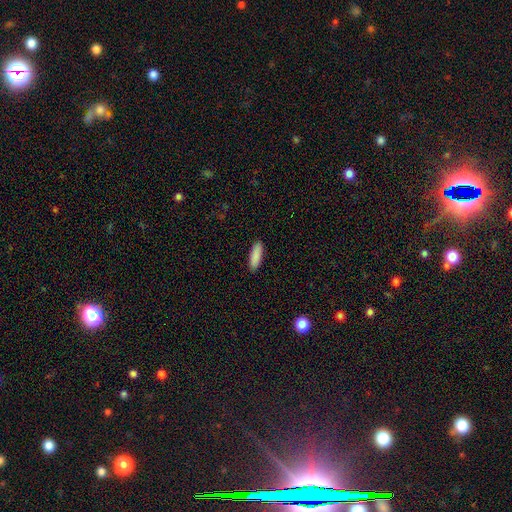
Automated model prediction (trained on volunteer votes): smooth 89%, star or artifact 6%, featured or disk 5%. Down the decision tree: how rounded — in between (51%); merging — none (90%).